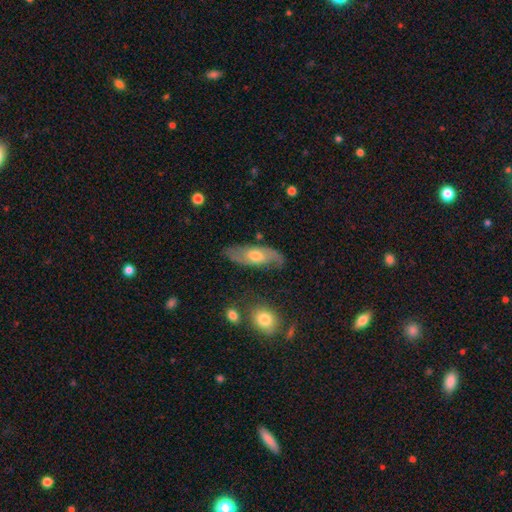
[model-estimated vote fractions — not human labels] Overall: featured or disk (58%; smooth 36%). Edge-on disk: no (77%). Merging: none (74%).